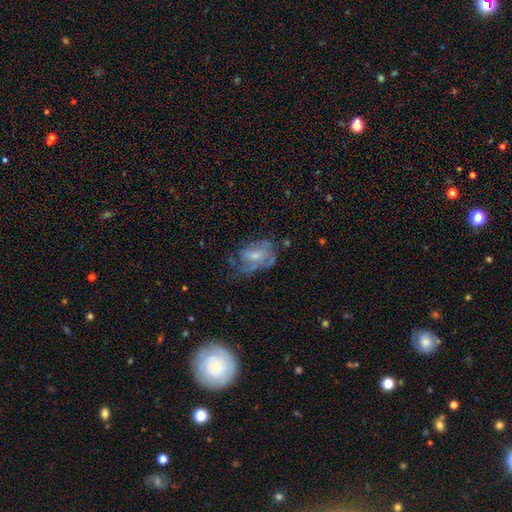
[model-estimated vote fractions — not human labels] Smooth or featured?
  - featured or disk: 62% *
  - smooth: 30%
  - star or artifact: 8%
Edge-on disk?
  - no: 96% *
  - yes: 4%
Bar?
  - no: 55% *
  - weak: 37%
  - strong: 8%
Spiral arms?
  - yes: 62% *
  - no: 38%
Bulge size?
  - small: 44% *
  - moderate: 40%
  - none: 11%
  - large: 4%
  - dominant: 1%
Merging?
  - none: 36% *
  - major disturbance: 34%
  - minor disturbance: 26%
  - merger: 3%